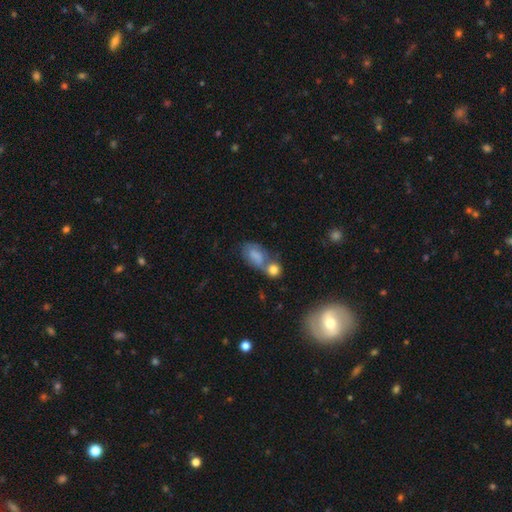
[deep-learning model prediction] Morphology: type=smooth (66%); roundness=in between (84%); merging=merger (50%).